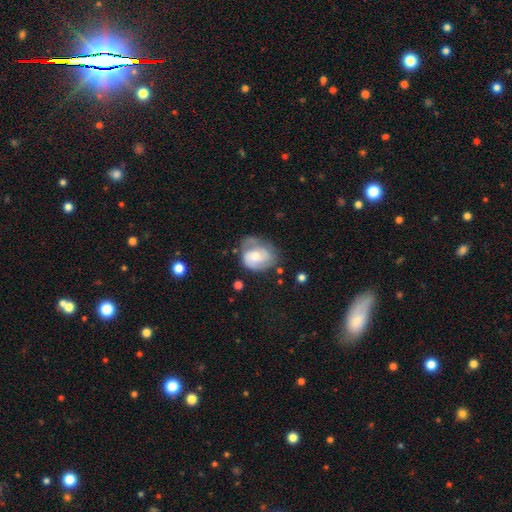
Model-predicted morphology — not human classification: Overall: featured or disk (61%; smooth 32%). Edge-on disk: no (97%). Bar: no (62%; weak 31%). Spiral arms: yes (82%). Bulge size: moderate (57%; small 32%). Merging: none (48%; minor disturbance 31%).